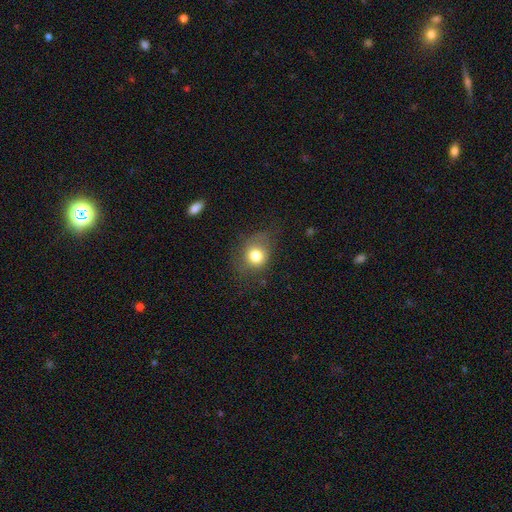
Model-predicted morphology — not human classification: The model was most divided on "how rounded": round: 68%, in between: 31%, cigar-shaped: 1%. More confident: smooth or featured — smooth (77%); merging — none (65%).